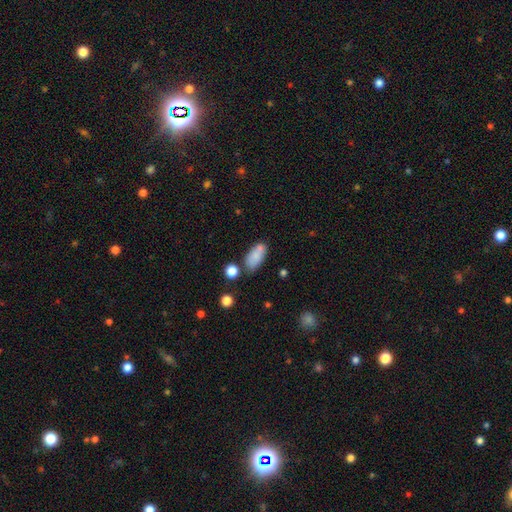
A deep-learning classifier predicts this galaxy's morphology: smooth_or_featured: smooth (p=0.81) [alt: featured or disk p=0.11]
how_rounded: in between (p=0.87) [alt: cigar-shaped p=0.09]
merging: none (p=0.61) [alt: minor disturbance p=0.18]